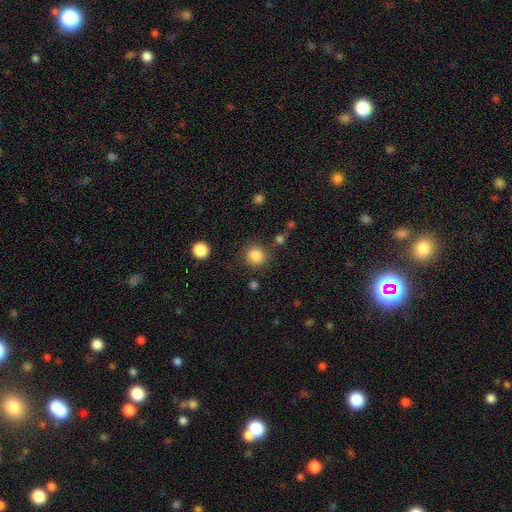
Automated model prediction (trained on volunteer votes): This is clearly a smooth galaxy (85%). How rounded: clearly round (92%). Merging: clearly none (85%).